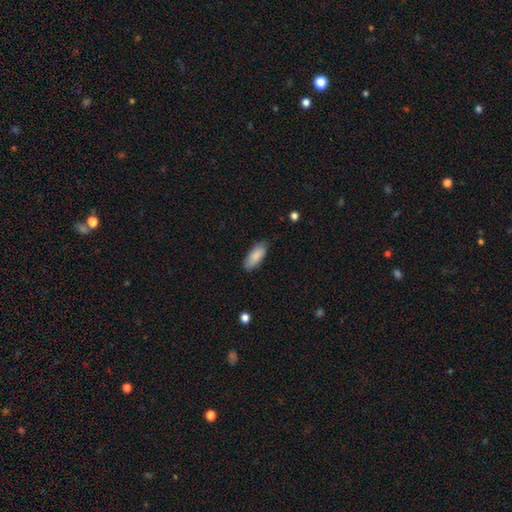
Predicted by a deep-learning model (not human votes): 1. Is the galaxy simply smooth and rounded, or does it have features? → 87% smooth, 7% featured or disk, 6% star or artifact.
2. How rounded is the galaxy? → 79% in between, 20% cigar-shaped, 2% round.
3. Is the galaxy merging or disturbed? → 79% none, 17% minor disturbance, 3% major disturbance, 1% merger.